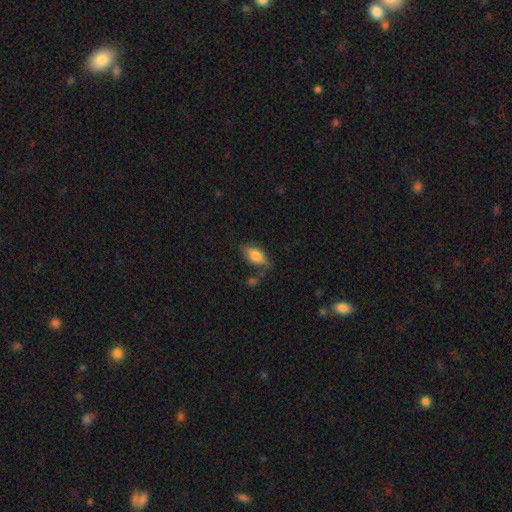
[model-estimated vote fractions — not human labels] Q: Smooth or featured?
A: smooth (76%); runner-up: featured or disk (17%)
Q: How rounded?
A: in between (87%); runner-up: cigar-shaped (9%)
Q: Merging?
A: none (64%); runner-up: minor disturbance (24%)